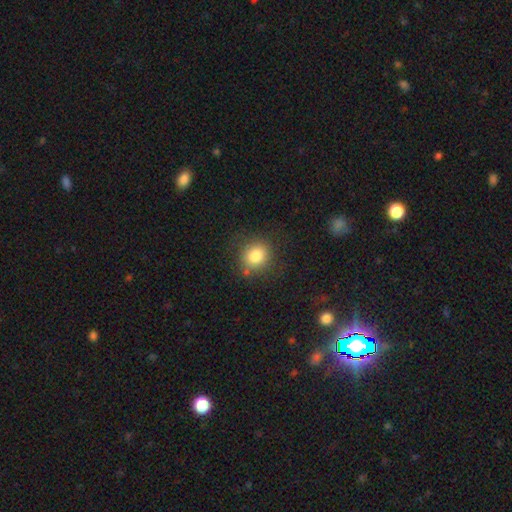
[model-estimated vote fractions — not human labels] Smooth or featured?
  - smooth: 82% *
  - star or artifact: 11%
  - featured or disk: 8%
How rounded?
  - round: 78% *
  - in between: 21%
  - cigar-shaped: 1%
Merging?
  - none: 80% *
  - minor disturbance: 13%
  - major disturbance: 5%
  - merger: 3%